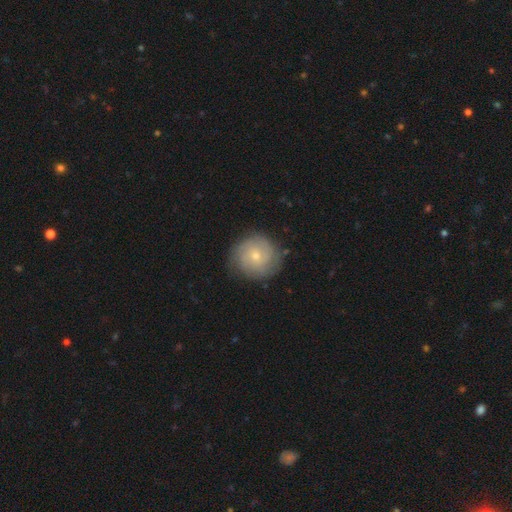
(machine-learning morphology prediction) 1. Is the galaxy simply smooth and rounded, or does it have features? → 53% featured or disk, 40% smooth, 7% star or artifact.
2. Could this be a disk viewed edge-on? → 97% no, 3% yes.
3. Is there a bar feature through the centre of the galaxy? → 78% no, 19% weak, 3% strong.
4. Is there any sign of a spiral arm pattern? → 81% yes, 19% no.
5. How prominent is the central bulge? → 65% small, 31% moderate, 1% large, 1% none, 1% dominant.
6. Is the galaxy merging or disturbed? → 79% none, 15% minor disturbance, 5% major disturbance, 1% merger.